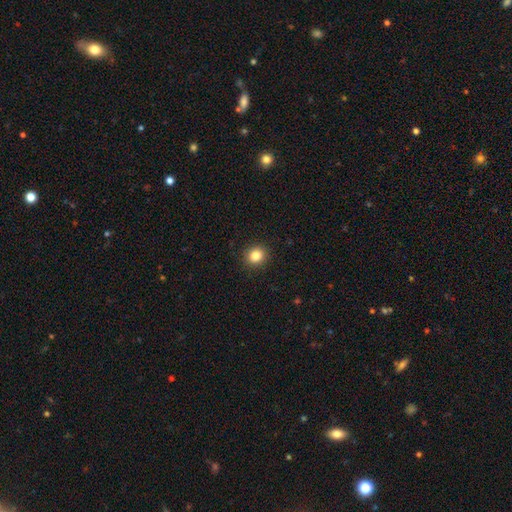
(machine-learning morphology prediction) Smooth or featured: smooth — 84% (star or artifact — 11%)
How rounded: round — 85% (in between — 14%)
Merging: none — 91% (minor disturbance — 6%)